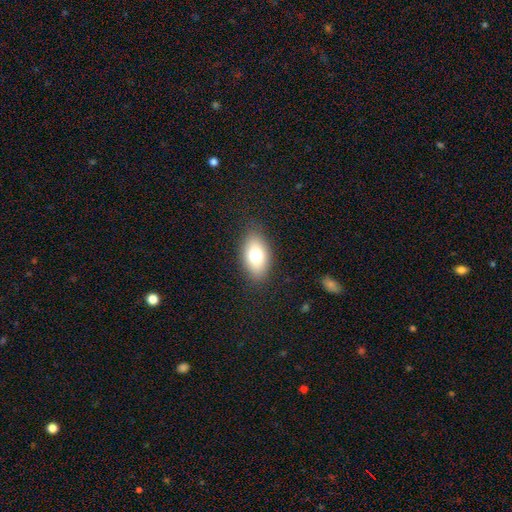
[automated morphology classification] smooth-or-featured: smooth: 74% | featured or disk: 17% | star or artifact: 9%
  how-rounded: in between: 89% | round: 8% | cigar-shaped: 2%
  merging: none: 84% | minor disturbance: 11% | major disturbance: 3% | merger: 1%